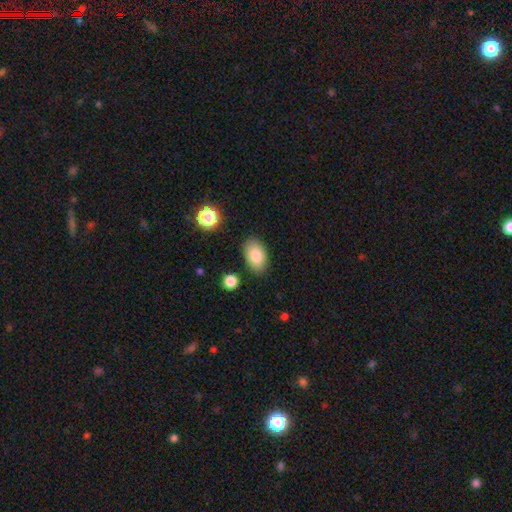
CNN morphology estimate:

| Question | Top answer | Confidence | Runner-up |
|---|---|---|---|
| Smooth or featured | smooth | 82% | featured or disk (10%) |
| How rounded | in between | 91% | round (7%) |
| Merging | none | 85% | minor disturbance (10%) |